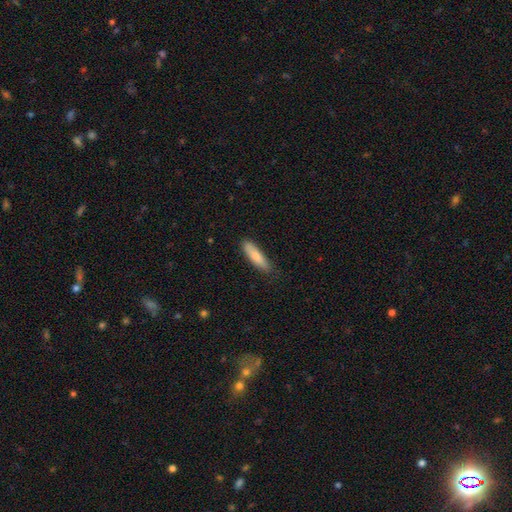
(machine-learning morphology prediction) Q: Smooth or featured?
A: smooth (82%); runner-up: featured or disk (12%)
Q: How rounded?
A: cigar-shaped (70%); runner-up: in between (29%)
Q: Merging?
A: none (83%); runner-up: minor disturbance (13%)